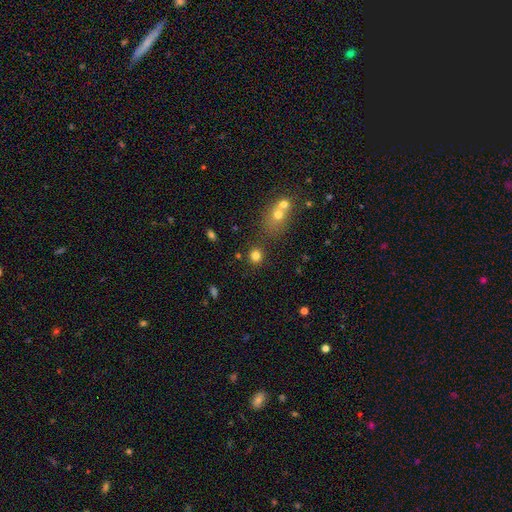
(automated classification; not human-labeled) smooth_or_featured: smooth (p=0.79) [alt: star or artifact p=0.14]
how_rounded: round (p=0.86) [alt: in between p=0.13]
merging: none (p=0.79) [alt: merger p=0.10]